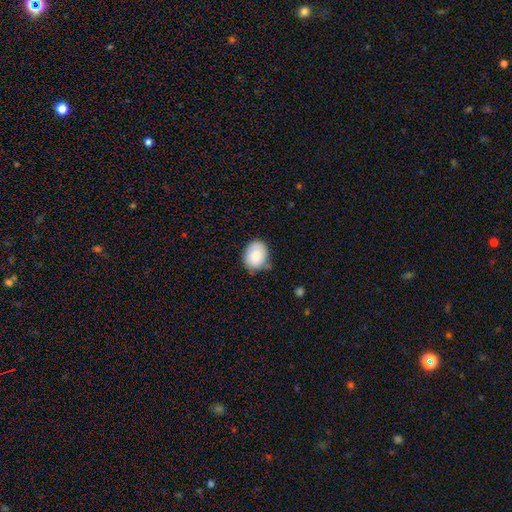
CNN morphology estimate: smooth_or_featured: smooth (p=0.84) [alt: featured or disk p=0.09]
how_rounded: in between (p=0.57) [alt: round p=0.42]
merging: none (p=0.71) [alt: minor disturbance p=0.23]